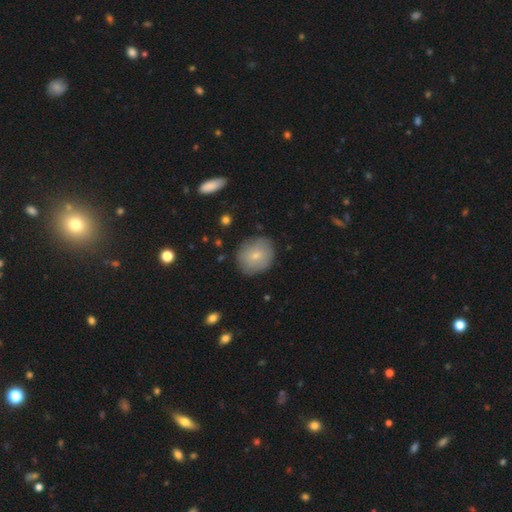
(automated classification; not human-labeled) This appears to be a smooth galaxy with no disk features (73%) that is round (76%). Merging: none (82%).